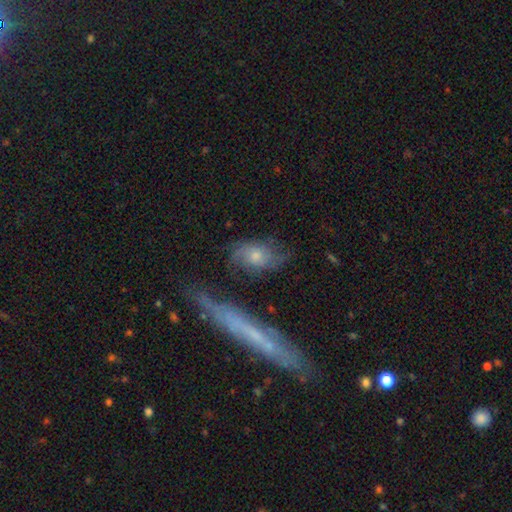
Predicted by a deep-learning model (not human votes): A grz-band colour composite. It shows a featured or disk galaxy (56%). Merging: none (61%).